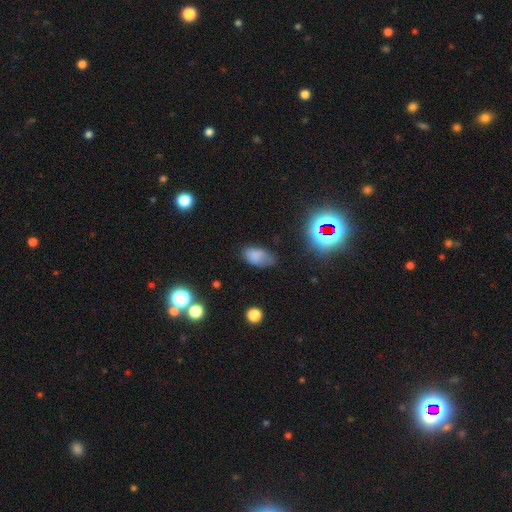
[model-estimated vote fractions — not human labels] Smooth or featured: smooth — 75% (star or artifact — 14%)
How rounded: in between — 92% (round — 6%)
Merging: none — 57% (minor disturbance — 30%)